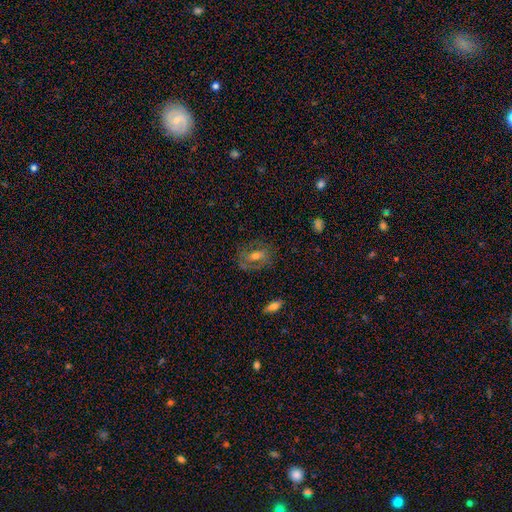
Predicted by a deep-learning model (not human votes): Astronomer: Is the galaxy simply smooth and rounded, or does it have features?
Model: featured or disk — 57%.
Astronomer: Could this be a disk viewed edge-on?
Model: no — 92%.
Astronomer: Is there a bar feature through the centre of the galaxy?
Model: no — 44% (runner-up: weak, 37%).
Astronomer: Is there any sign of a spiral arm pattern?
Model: yes — 61% (runner-up: no, 39%).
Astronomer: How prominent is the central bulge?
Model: moderate — 58%.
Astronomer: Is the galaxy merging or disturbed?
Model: none — 71%.